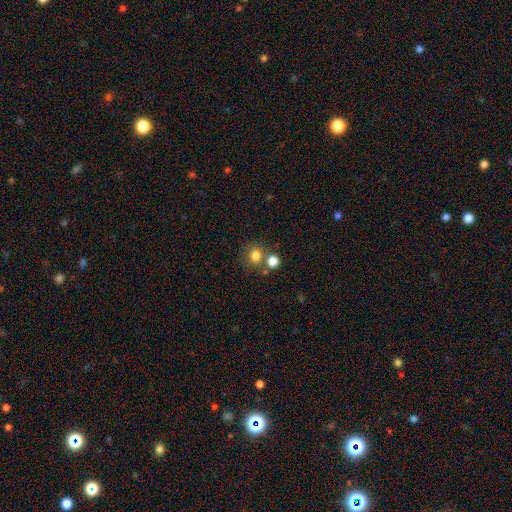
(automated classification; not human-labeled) Smooth or featured? smooth (79%)
How rounded? round (74%)
Merging? none (61%)